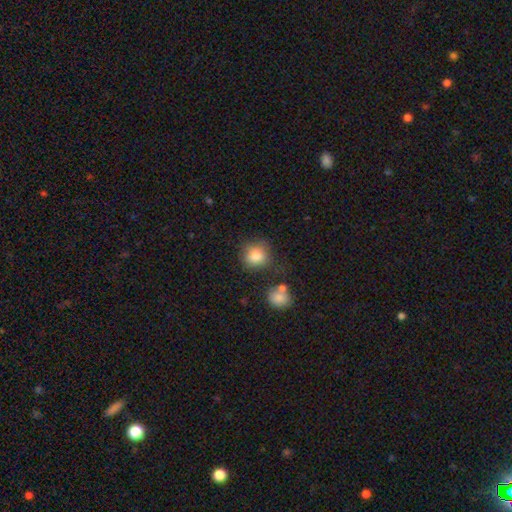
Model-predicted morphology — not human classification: smooth_or_featured: smooth (p=0.83) [alt: star or artifact p=0.09]
how_rounded: round (p=0.83) [alt: in between p=0.16]
merging: none (p=0.70) [alt: minor disturbance p=0.17]